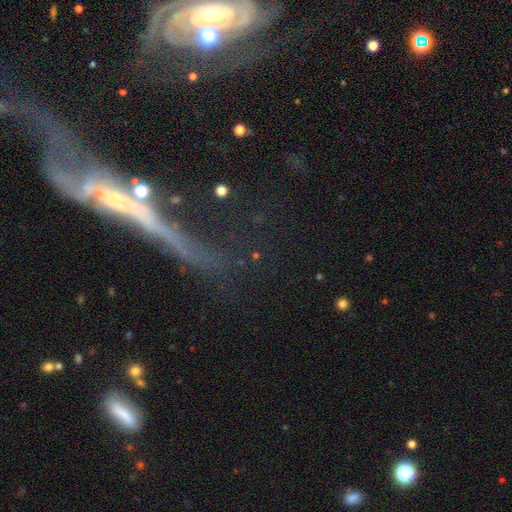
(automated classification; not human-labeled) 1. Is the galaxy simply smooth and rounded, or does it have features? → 45% star or artifact, 32% smooth, 23% featured or disk.